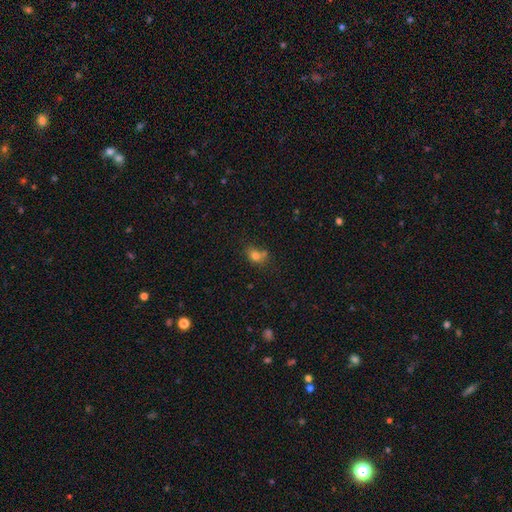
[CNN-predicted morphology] The model was most divided on "how rounded": in between: 55%, round: 43%, cigar-shaped: 2%. Remaining: smooth or featured — smooth (77%); merging — none (46%).